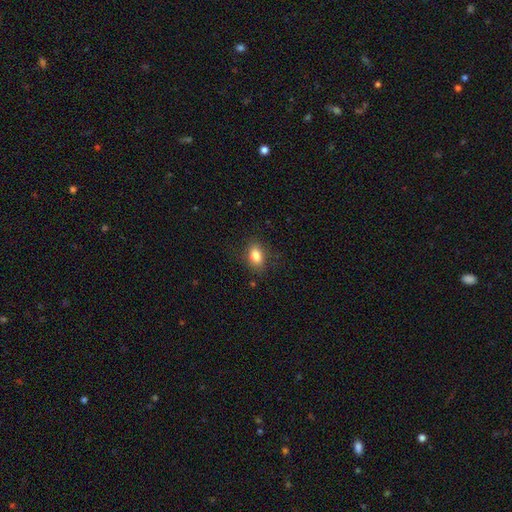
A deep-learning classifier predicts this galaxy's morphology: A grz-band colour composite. It shows a smooth galaxy with no disk features (84%) that is in between round and cigar-shaped (80%). Merging: none (83%).